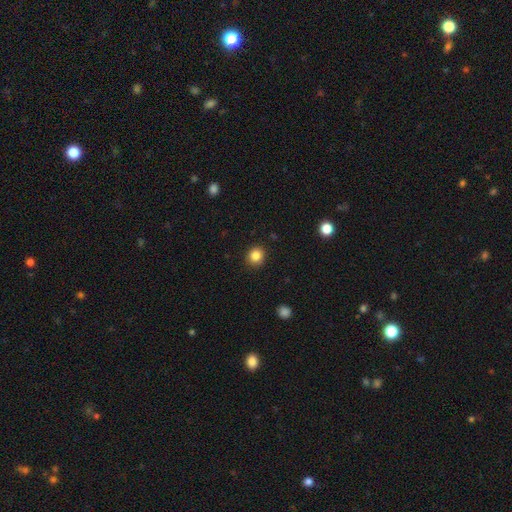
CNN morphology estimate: A smooth galaxy with no disk features (84%) that is round (87%). Merging: none (91%).